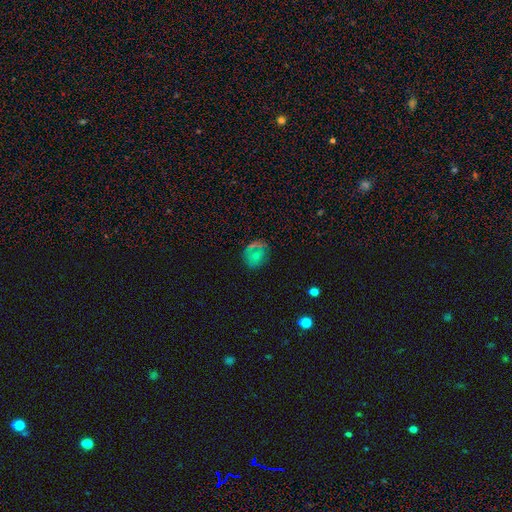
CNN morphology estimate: smooth_or_featured: smooth (p=0.57) [alt: featured or disk p=0.27]
how_rounded: round (p=0.71) [alt: in between p=0.28]
merging: none (p=0.62) [alt: minor disturbance p=0.20]